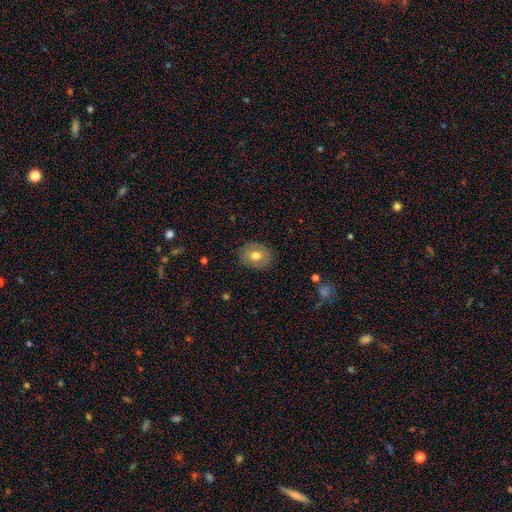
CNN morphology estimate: smooth-or-featured: smooth: 69% | featured or disk: 23% | star or artifact: 8%
  how-rounded: round: 55% | in between: 44% | cigar-shaped: 1%
  merging: none: 87% | minor disturbance: 10% | major disturbance: 3% | merger: 1%